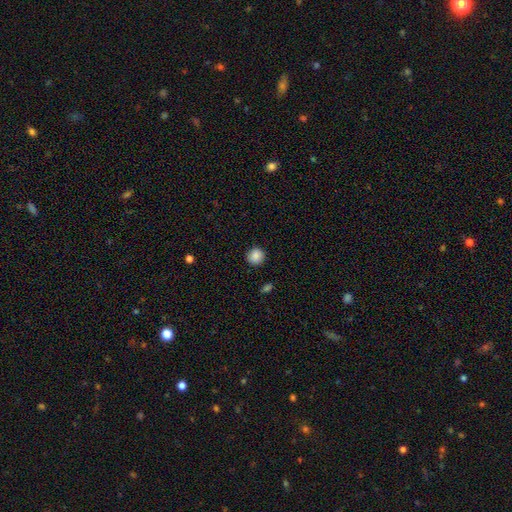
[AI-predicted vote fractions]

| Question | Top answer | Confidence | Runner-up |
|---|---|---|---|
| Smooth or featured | smooth | 88% | star or artifact (9%) |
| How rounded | round | 92% | in between (7%) |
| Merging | none | 90% | minor disturbance (6%) |